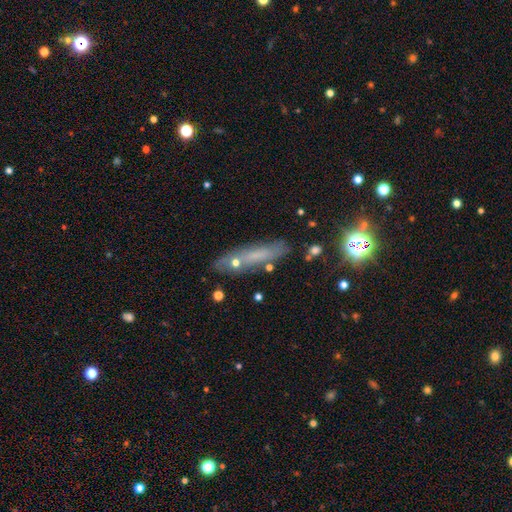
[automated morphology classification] Overall: smooth (48%; featured or disk 36%). Merging: none (73%).